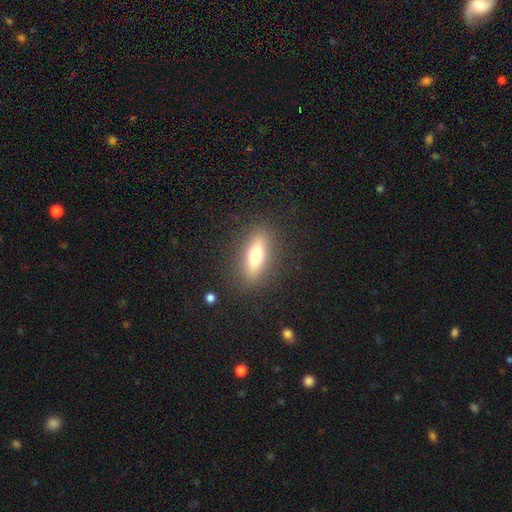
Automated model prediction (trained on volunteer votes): This is likely a smooth galaxy (60%). How rounded: possibly in between (58%). Merging: clearly none (86%).